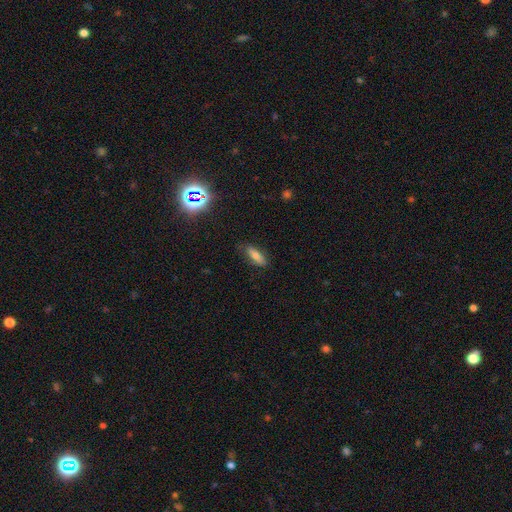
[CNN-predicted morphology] smooth 68%, featured or disk 21%, star or artifact 11%. Down the decision tree: how rounded — in between (58%); merging — none (81%).